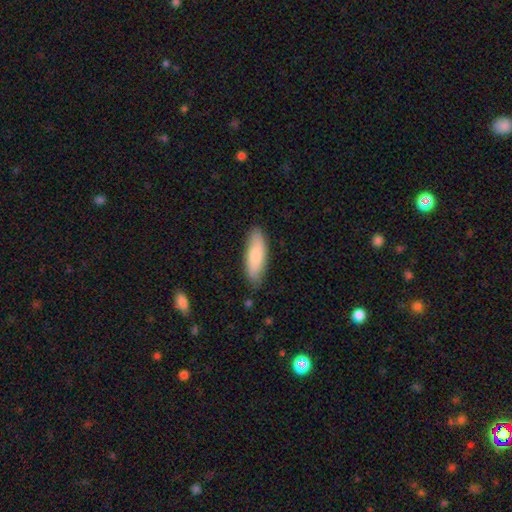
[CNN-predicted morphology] smooth-or-featured: smooth: 81% | featured or disk: 13% | star or artifact: 5%
  how-rounded: in between: 56% | cigar-shaped: 42% | round: 2%
  merging: none: 83% | minor disturbance: 13% | major disturbance: 2% | merger: 1%